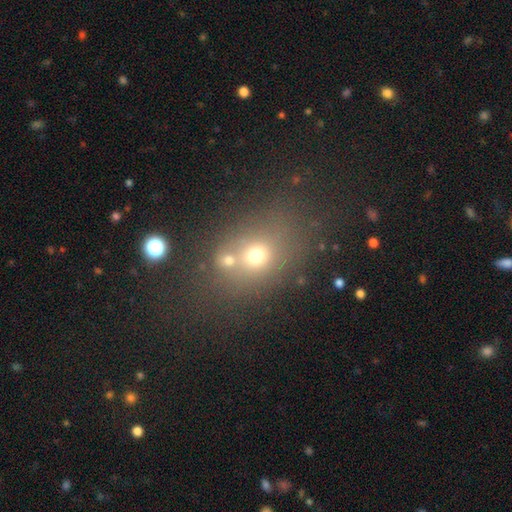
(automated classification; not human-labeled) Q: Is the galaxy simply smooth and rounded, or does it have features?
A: smooth — 65%.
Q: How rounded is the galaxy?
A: in between — 52%.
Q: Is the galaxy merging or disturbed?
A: none — 53%.